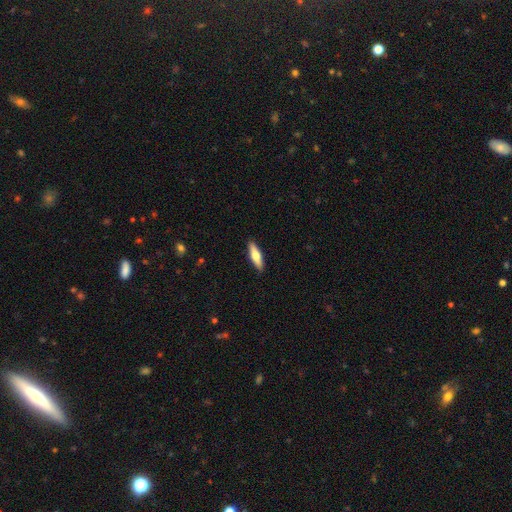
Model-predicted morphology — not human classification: smooth-or-featured: smooth: 54% | featured or disk: 40% | star or artifact: 5%
  how-rounded: cigar-shaped: 66% | in between: 32% | round: 2%
  merging: none: 90% | minor disturbance: 7% | major disturbance: 2% | merger: 1%